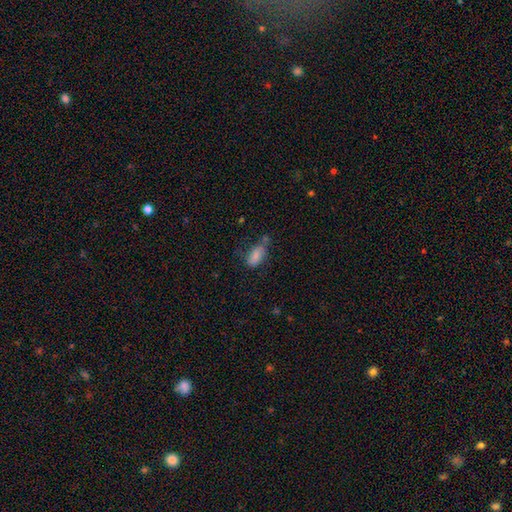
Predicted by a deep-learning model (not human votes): A smooth galaxy with no disk features (81%) that is in between round and cigar-shaped (88%). Merging: none (47%).